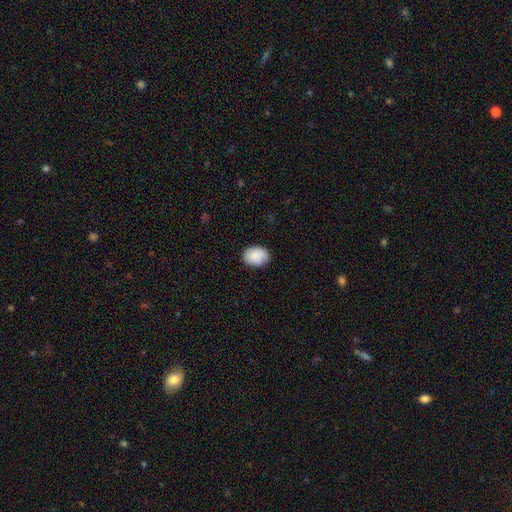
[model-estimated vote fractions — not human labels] This appears to be a smooth galaxy with no disk features (88%) that is in between round and cigar-shaped (66%). Merging: none (83%).